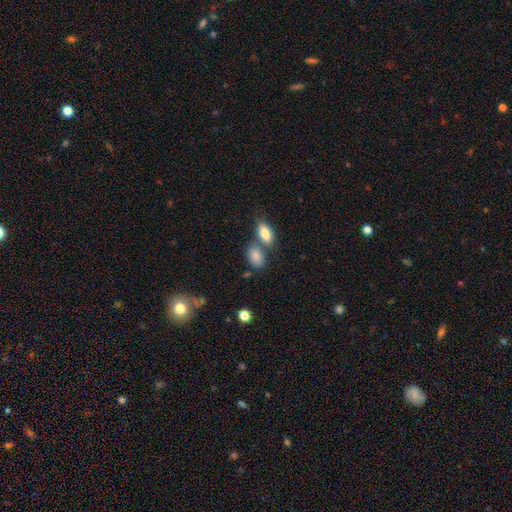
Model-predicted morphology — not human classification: A smooth galaxy with no disk features (84%) that is in between round and cigar-shaped (87%).

Vote fractions:
- Smooth or featured? smooth: 84% / star or artifact: 8% / featured or disk: 8%
- How rounded? in between: 87% / round: 11% / cigar-shaped: 2%
- Merging? none: 51% / merger: 31% / minor disturbance: 13% / major disturbance: 4%